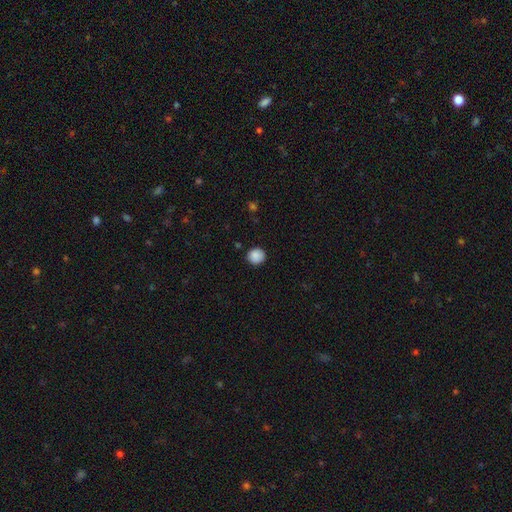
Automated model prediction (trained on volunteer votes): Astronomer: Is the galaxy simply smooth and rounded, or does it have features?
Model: smooth — 88%.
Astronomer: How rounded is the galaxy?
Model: round — 91%.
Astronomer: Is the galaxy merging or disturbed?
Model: none — 88%.